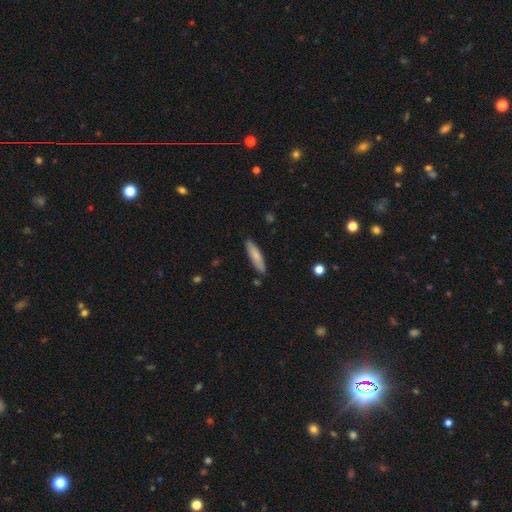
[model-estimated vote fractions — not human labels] Smooth or featured?
  - smooth: 77% *
  - featured or disk: 18%
  - star or artifact: 6%
How rounded?
  - cigar-shaped: 79% *
  - in between: 20%
  - round: 1%
Merging?
  - none: 86% *
  - minor disturbance: 10%
  - merger: 2%
  - major disturbance: 2%